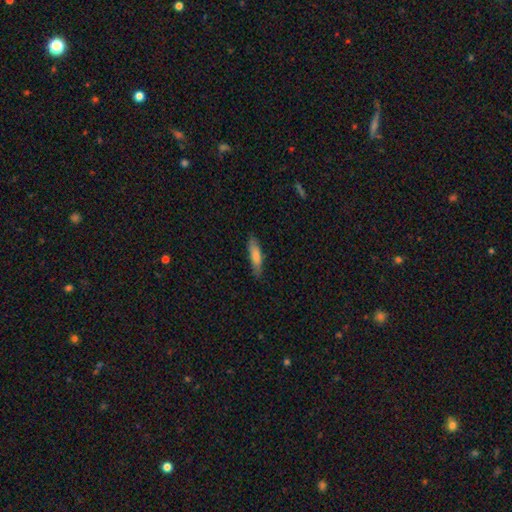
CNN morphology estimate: smooth 70%, featured or disk 24%, star or artifact 6%. Down the decision tree: how rounded — cigar-shaped (76%); merging — none (82%).